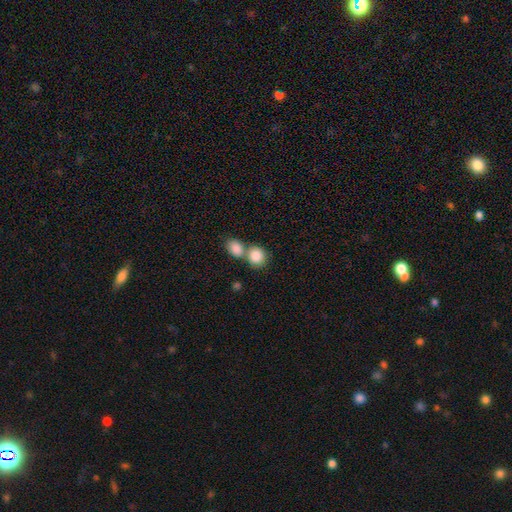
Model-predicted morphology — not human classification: type=smooth (86%); roundness=round (74%); merging=merger (51%).